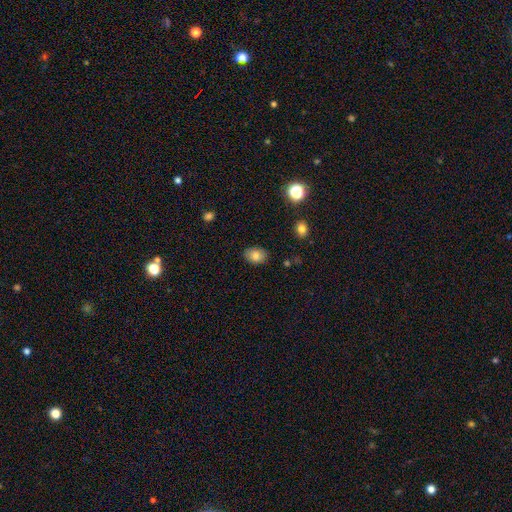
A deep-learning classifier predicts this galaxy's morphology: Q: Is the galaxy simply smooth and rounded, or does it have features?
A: smooth — 81%.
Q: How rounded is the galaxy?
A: in between — 77%.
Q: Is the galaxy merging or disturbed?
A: none — 85%.